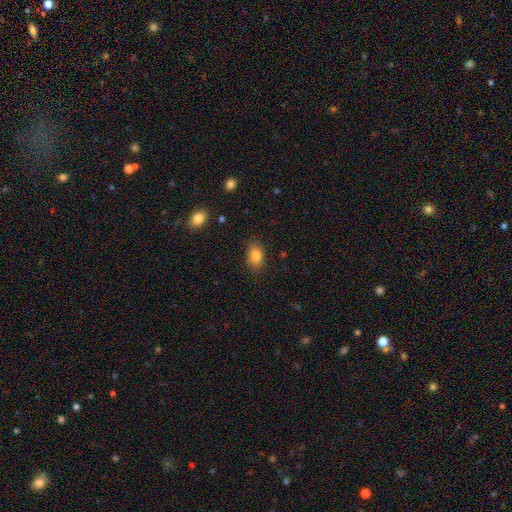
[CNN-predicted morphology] Smooth or featured? smooth (83%)
How rounded? in between (82%)
Merging? none (82%)